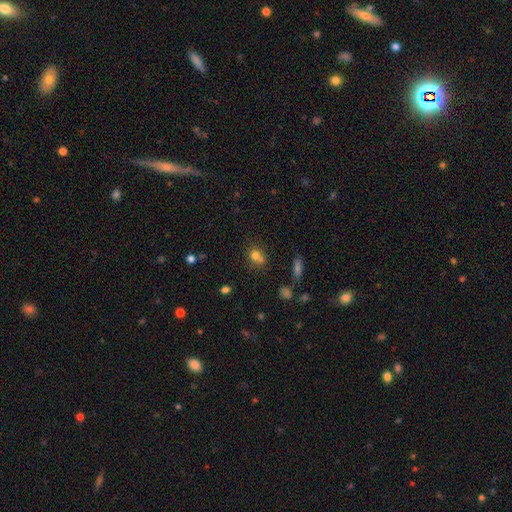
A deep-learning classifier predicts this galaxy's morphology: type=smooth (74%); roundness=round (64%); merging=none (45%).